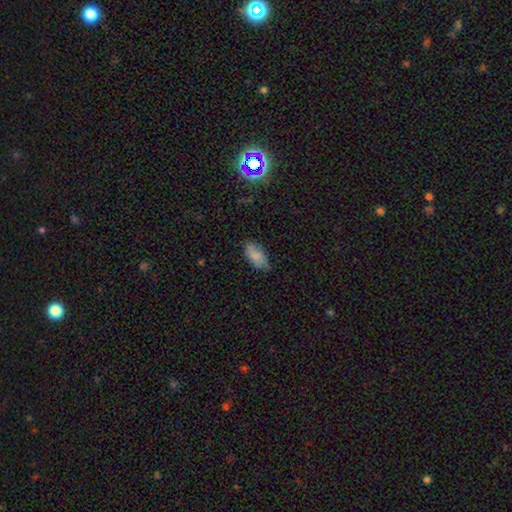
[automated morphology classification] Overall: smooth (81%). How rounded: in between (93%). Merging: none (70%).